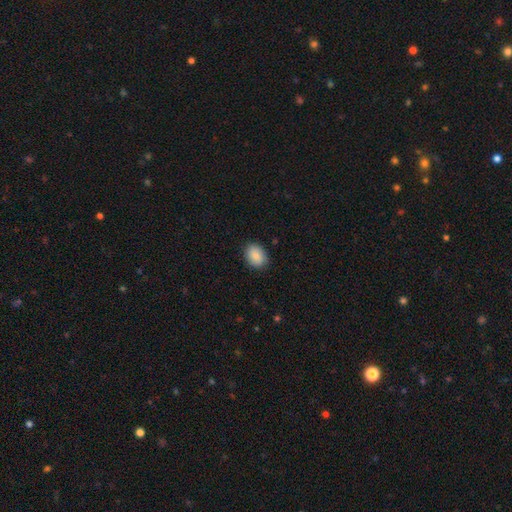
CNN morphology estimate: smooth_or_featured: smooth (p=0.87) [alt: star or artifact p=0.07]
how_rounded: in between (p=0.73) [alt: round p=0.26]
merging: none (p=0.86) [alt: minor disturbance p=0.11]